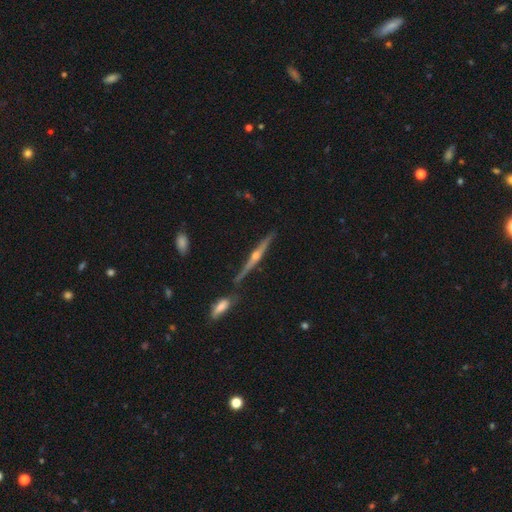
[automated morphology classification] Overall: featured or disk (83%). Edge-on disk: yes (98%). Edge-on bulge: rounded (92%). Merging: none (83%).